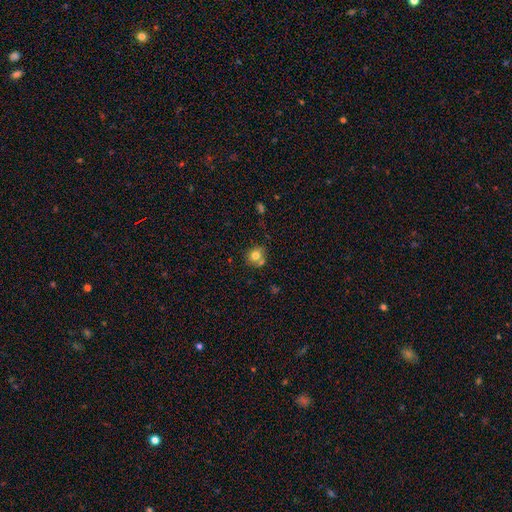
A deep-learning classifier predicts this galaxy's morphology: This appears to be a smooth galaxy with no disk features (75%) that is round (76%). Merging: none (55%).